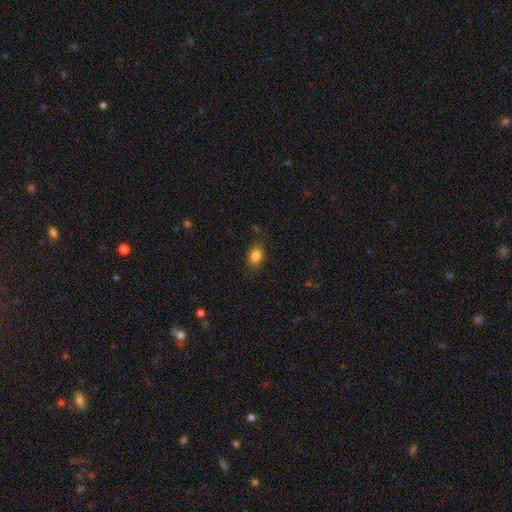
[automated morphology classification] This appears to be a smooth galaxy with no disk features (83%) that is in between round and cigar-shaped (74%). Merging: none (82%).